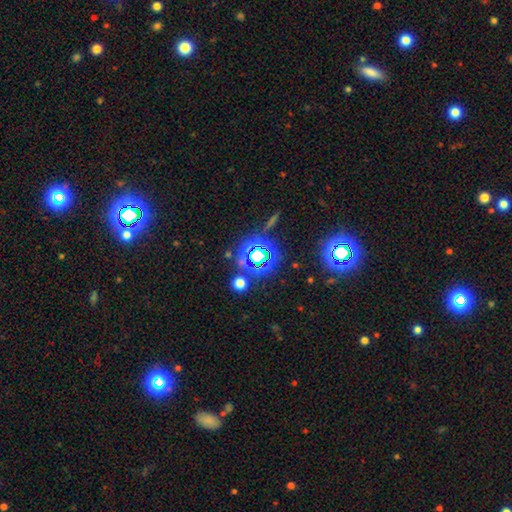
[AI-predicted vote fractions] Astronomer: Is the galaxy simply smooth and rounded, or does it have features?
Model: star or artifact — 64%.